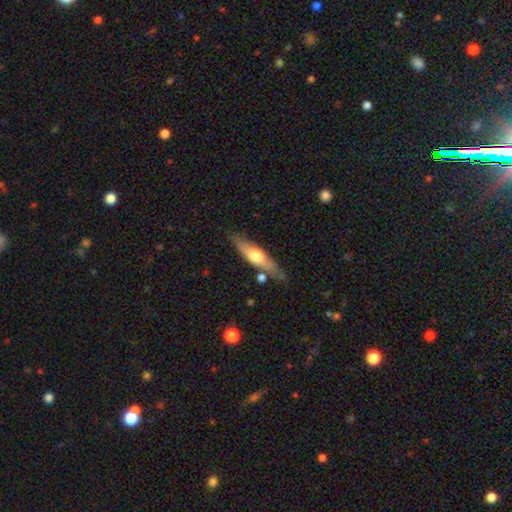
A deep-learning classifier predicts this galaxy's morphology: Smooth or featured: featured or disk — 48% (smooth — 47%)
Merging: none — 77% (minor disturbance — 15%)